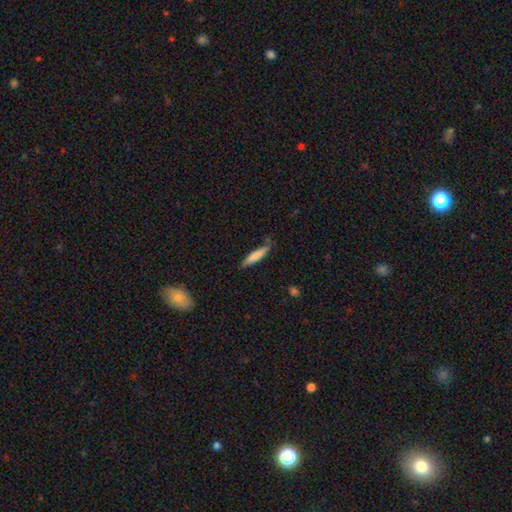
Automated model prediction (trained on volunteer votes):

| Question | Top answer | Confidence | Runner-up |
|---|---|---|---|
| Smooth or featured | smooth | 77% | featured or disk (17%) |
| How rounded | cigar-shaped | 87% | in between (12%) |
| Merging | none | 79% | minor disturbance (17%) |